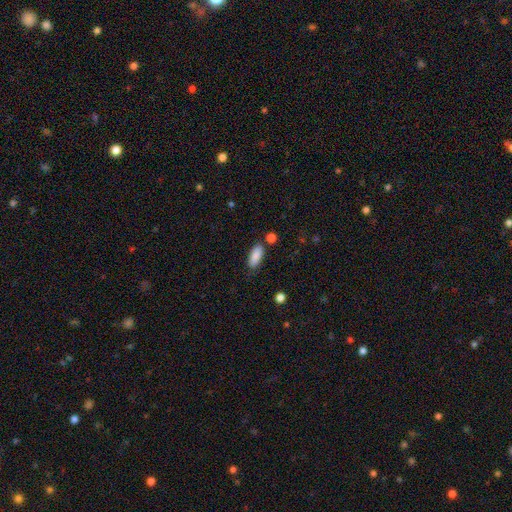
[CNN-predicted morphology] Q: Smooth or featured?
A: smooth (88%); runner-up: star or artifact (7%)
Q: How rounded?
A: in between (81%); runner-up: cigar-shaped (17%)
Q: Merging?
A: none (78%); runner-up: minor disturbance (14%)